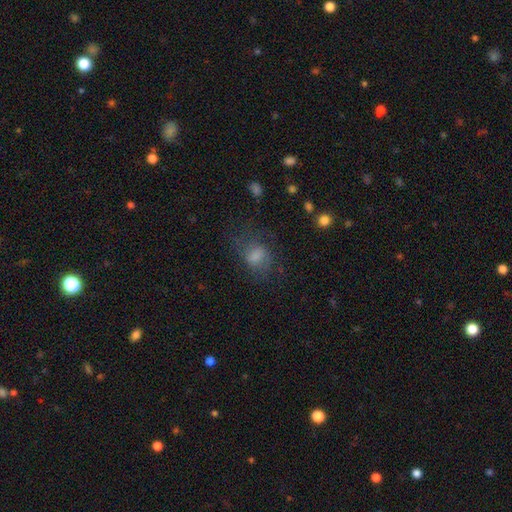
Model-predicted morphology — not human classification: Q: Smooth or featured?
A: smooth (58%); runner-up: featured or disk (26%)
Q: How rounded?
A: in between (63%); runner-up: round (34%)
Q: Merging?
A: none (55%); runner-up: minor disturbance (21%)